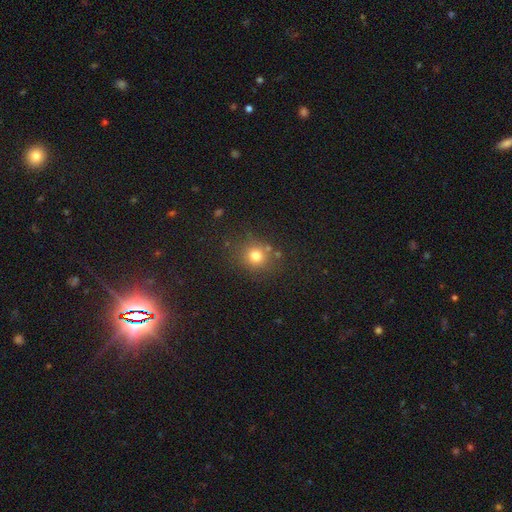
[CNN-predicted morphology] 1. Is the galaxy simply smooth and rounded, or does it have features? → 76% smooth, 16% star or artifact, 8% featured or disk.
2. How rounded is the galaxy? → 86% round, 13% in between, 1% cigar-shaped.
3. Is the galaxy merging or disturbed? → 79% none, 11% minor disturbance, 6% merger, 4% major disturbance.